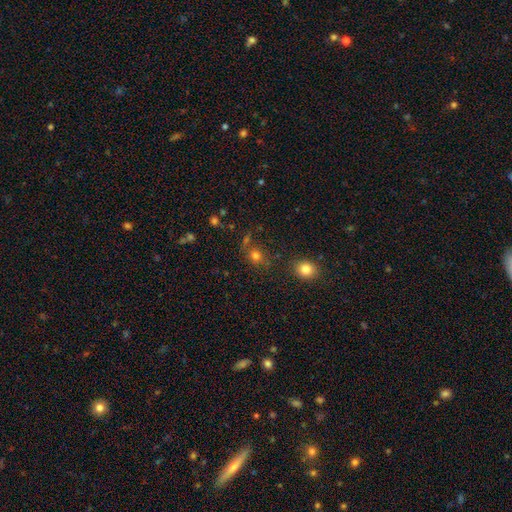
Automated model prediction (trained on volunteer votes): smooth 76%, star or artifact 17%, featured or disk 7%. Down the decision tree: how rounded — round (77%); merging — none (72%).